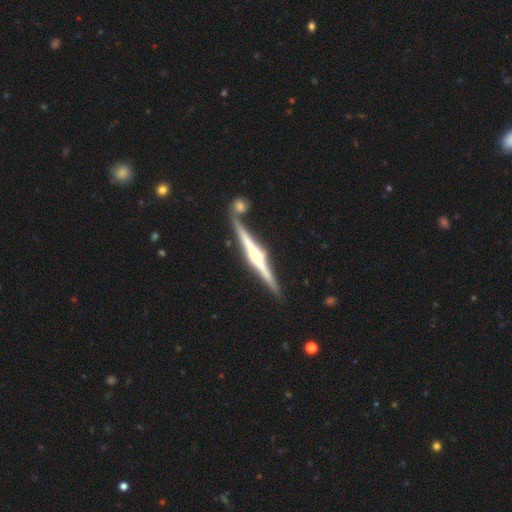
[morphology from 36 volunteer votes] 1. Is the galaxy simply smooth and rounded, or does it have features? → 86% featured or disk, 14% smooth, 0% star or artifact.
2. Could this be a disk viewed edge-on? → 100% yes, 0% no.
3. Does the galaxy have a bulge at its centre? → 94% rounded, 6% none, 0% boxy.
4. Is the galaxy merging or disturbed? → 69% none, 19% minor disturbance, 8% merger, 3% major disturbance.